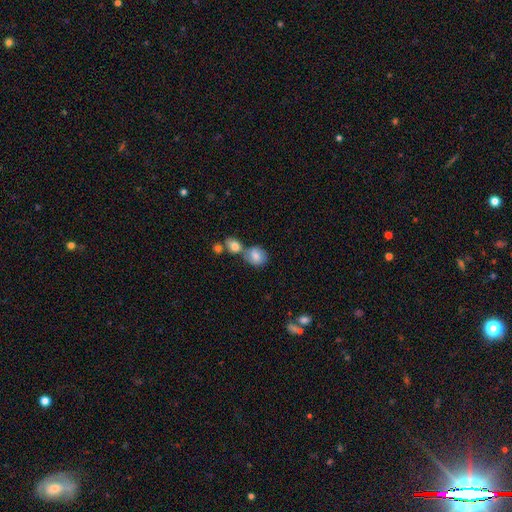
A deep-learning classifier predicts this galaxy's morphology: smooth 75%, featured or disk 16%, star or artifact 9%. Down the decision tree: how rounded — round (59%); merging — merger (43%).